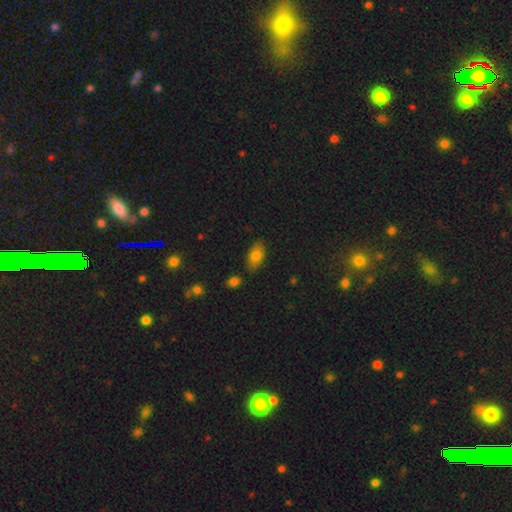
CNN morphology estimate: Overall: smooth (80%). How rounded: in between (91%). Merging: none (80%).